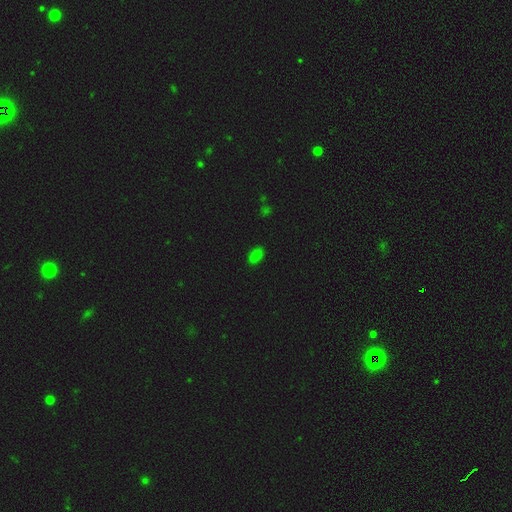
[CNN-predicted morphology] Smooth or featured? Predicted: smooth (p=0.80). How rounded? Predicted: in between (p=0.91). Merging? Predicted: none (p=0.86).